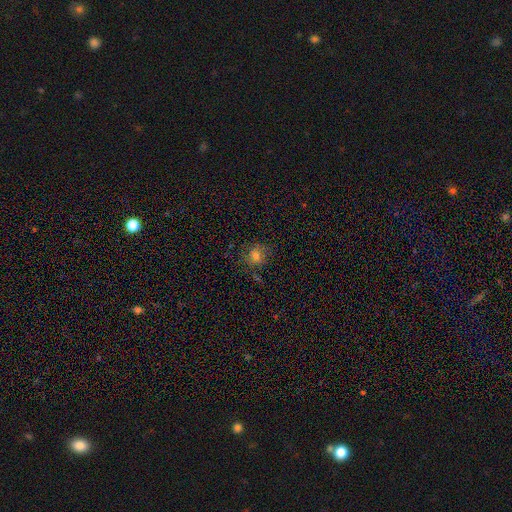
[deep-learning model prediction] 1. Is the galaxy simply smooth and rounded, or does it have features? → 71% smooth, 17% star or artifact, 12% featured or disk.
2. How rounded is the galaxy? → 75% round, 24% in between, 1% cigar-shaped.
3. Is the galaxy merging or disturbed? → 73% none, 17% minor disturbance, 6% major disturbance, 3% merger.